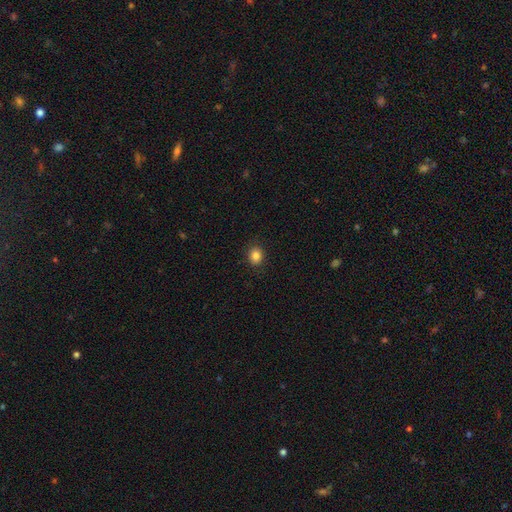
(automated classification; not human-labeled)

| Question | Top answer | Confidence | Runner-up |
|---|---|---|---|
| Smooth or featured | smooth | 85% | star or artifact (10%) |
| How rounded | round | 64% | in between (35%) |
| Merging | none | 89% | minor disturbance (8%) |